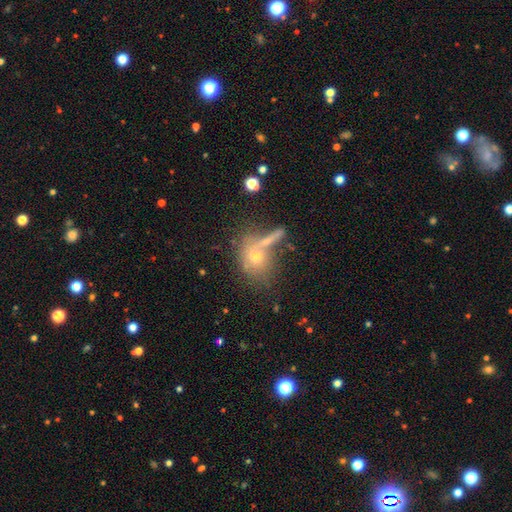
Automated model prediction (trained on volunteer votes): This appears to be a smooth galaxy with no disk features (58%) that is round (56%). Merging: none (47%).